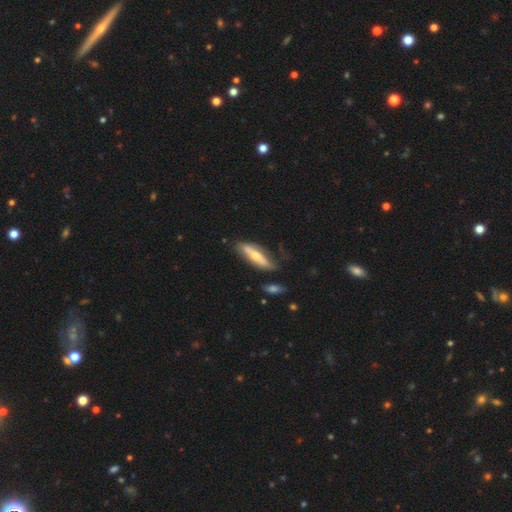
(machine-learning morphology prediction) Smooth or featured? featured or disk (50%)
Merging? none (61%)